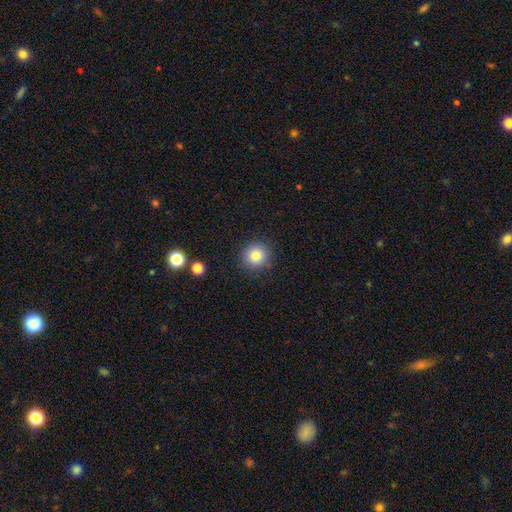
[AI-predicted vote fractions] A smooth galaxy with no disk features (84%) that is round (92%).

Vote fractions:
- Smooth or featured? smooth: 84% / star or artifact: 10% / featured or disk: 6%
- How rounded? round: 92% / in between: 7% / cigar-shaped: 1%
- Merging? none: 89% / minor disturbance: 7% / major disturbance: 2% / merger: 1%